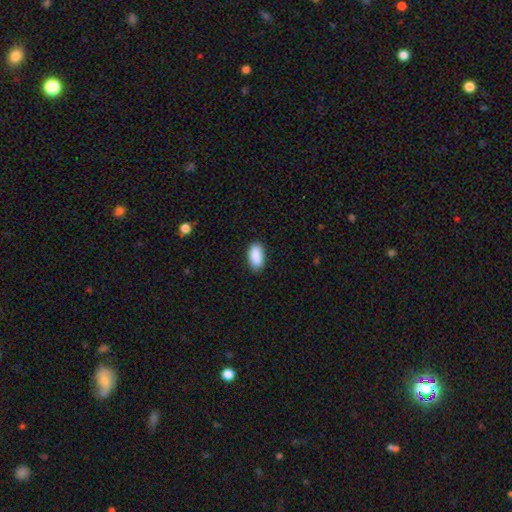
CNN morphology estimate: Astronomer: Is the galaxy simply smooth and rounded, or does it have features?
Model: smooth — 90%.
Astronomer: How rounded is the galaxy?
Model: in between — 93%.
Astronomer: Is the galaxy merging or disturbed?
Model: none — 86%.